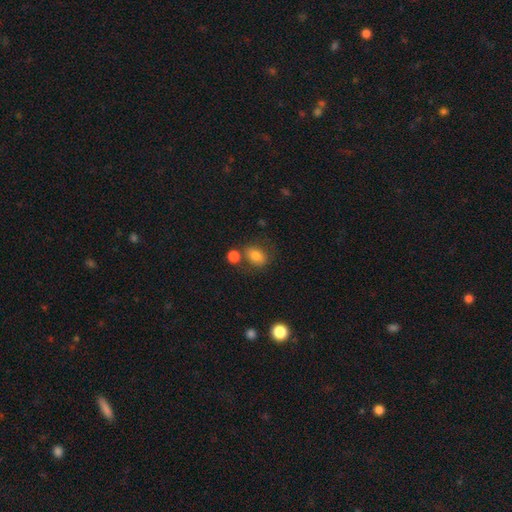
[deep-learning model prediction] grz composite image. It shows a smooth galaxy with no disk features (77%) that is in between round and cigar-shaped (66%). Merging: none (57%).